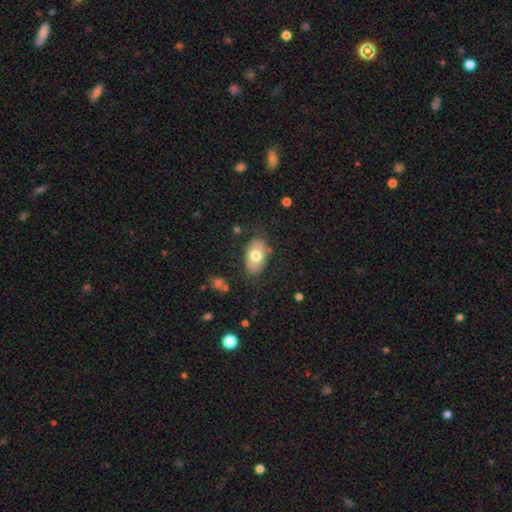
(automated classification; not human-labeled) Smooth or featured? smooth (70%)
How rounded? in between (90%)
Merging? none (74%)